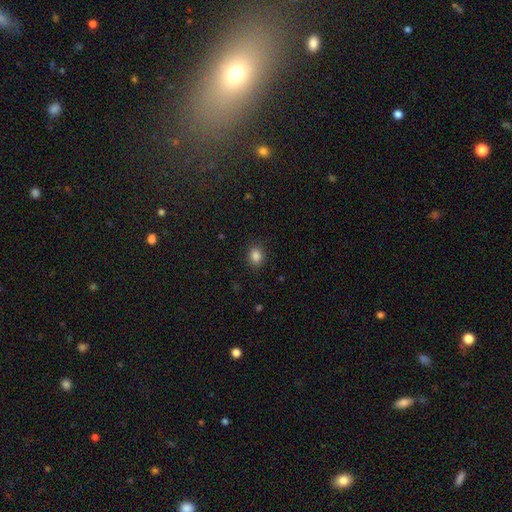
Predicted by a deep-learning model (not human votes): Overall: smooth (85%). How rounded: round (55%; in between 44%). Merging: none (89%).